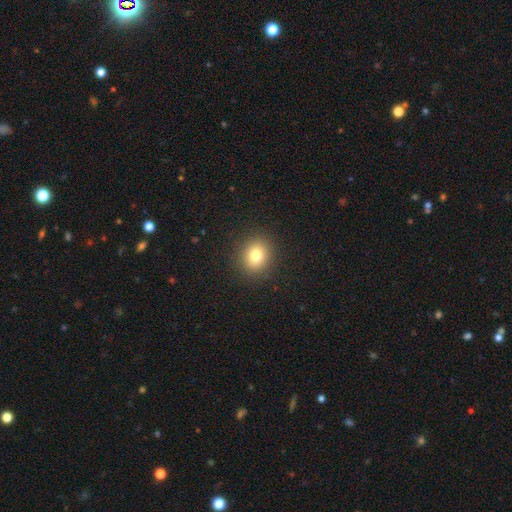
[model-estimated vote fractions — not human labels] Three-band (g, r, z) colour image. It shows a smooth galaxy with no disk features (78%) that is round (74%). Merging: none (90%).